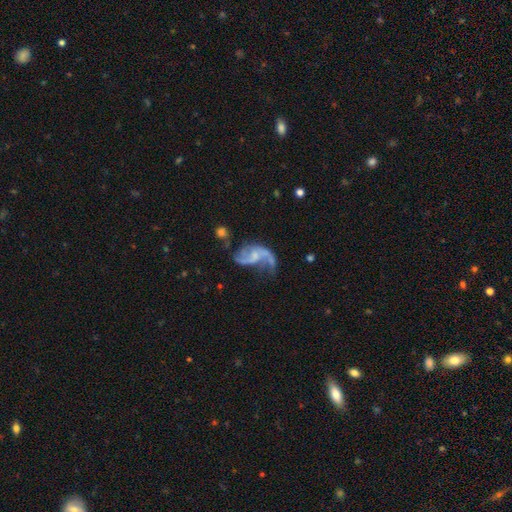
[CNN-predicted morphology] smooth_or_featured: featured or disk (p=0.83) [alt: smooth p=0.10]
disk_edge_on: no (p=0.97) [alt: yes p=0.03]
bar: no (p=0.52) [alt: weak p=0.38]
has_spiral_arms: yes (p=0.90) [alt: no p=0.10]
spiral_winding: loose (p=0.79) [alt: medium p=0.17]
spiral_arm_count: 2 (p=0.83) [alt: 1 p=0.06]
bulge_size: small (p=0.46) [alt: none p=0.33]
merging: none (p=0.38) [alt: major disturbance p=0.32]